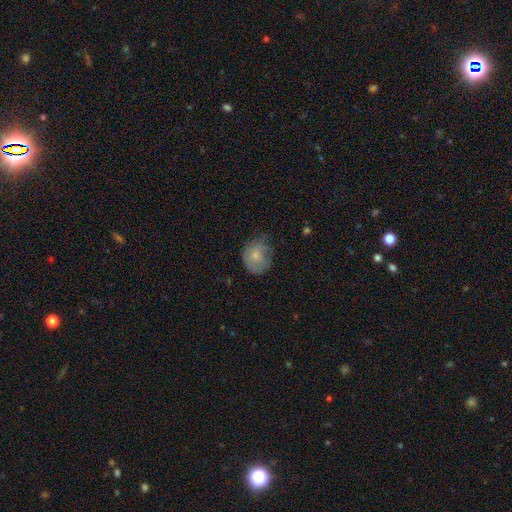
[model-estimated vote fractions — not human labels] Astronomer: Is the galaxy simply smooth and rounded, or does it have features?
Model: smooth — 72%.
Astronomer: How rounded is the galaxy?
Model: round — 67%.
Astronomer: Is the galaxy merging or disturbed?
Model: none — 54% (runner-up: minor disturbance, 33%).